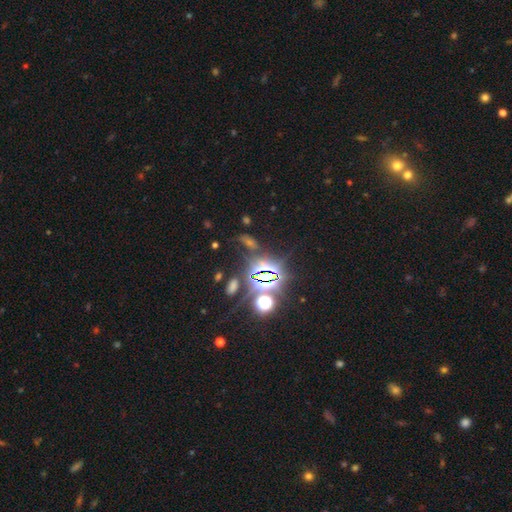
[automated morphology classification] A star or artifact, not a galaxy (82%).

Vote fractions:
- Smooth or featured? star or artifact: 82% / smooth: 11% / featured or disk: 7%